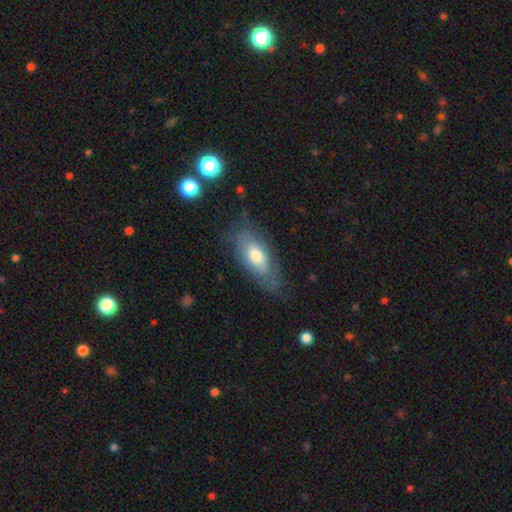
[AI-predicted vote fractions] This appears to be a smooth galaxy with no disk features (60%) that is in between round and cigar-shaped (82%). Merging: none (68%).